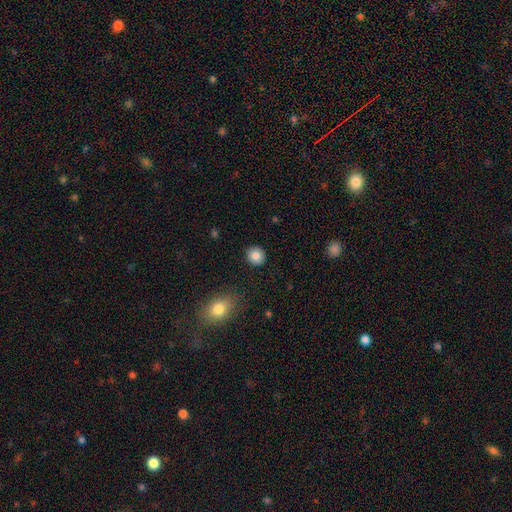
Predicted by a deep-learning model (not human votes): Smooth or featured?
  - smooth: 83% *
  - star or artifact: 9%
  - featured or disk: 8%
How rounded?
  - round: 90% *
  - in between: 9%
  - cigar-shaped: 1%
Merging?
  - none: 91% *
  - minor disturbance: 6%
  - major disturbance: 2%
  - merger: 1%